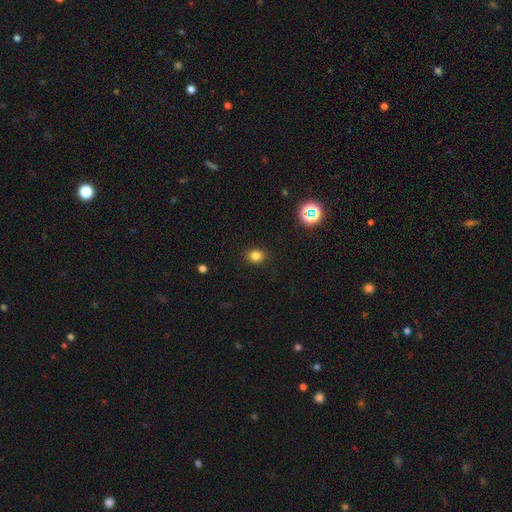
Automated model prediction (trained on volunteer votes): A smooth galaxy with no disk features (81%) that is round (65%). Merging: none (89%).